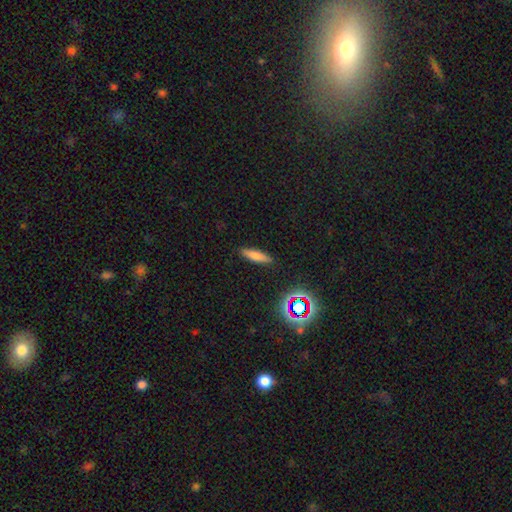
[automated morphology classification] Overall: smooth (75%). How rounded: cigar-shaped (71%). Merging: none (89%).